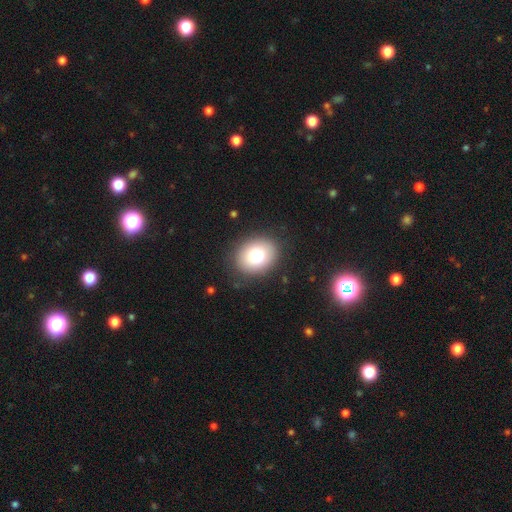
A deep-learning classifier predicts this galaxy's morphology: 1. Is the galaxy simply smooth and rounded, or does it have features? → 83% smooth, 9% featured or disk, 8% star or artifact.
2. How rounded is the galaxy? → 50% in between, 49% round, 1% cigar-shaped.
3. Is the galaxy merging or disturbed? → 85% none, 10% minor disturbance, 4% major disturbance, 1% merger.